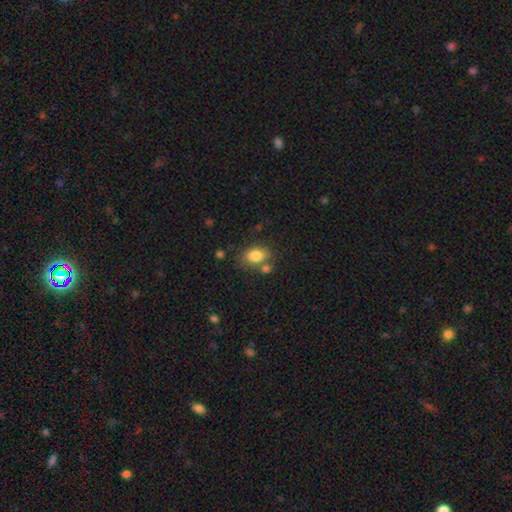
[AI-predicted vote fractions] smooth-or-featured: smooth: 82% | featured or disk: 9% | star or artifact: 9%
  how-rounded: in between: 78% | round: 21% | cigar-shaped: 1%
  merging: none: 62% | merger: 17% | minor disturbance: 16% | major disturbance: 5%